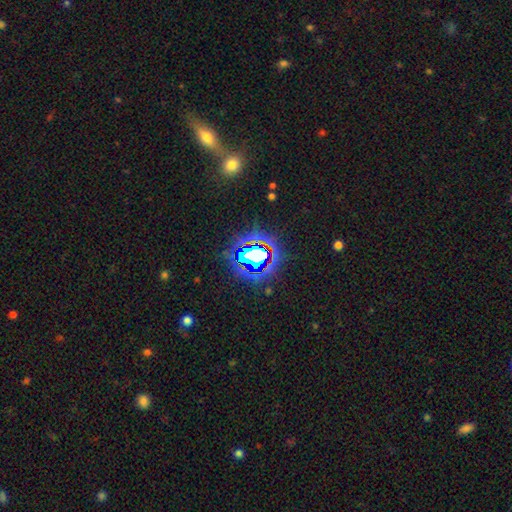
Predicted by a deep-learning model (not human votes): The model was most divided on "smooth or featured": star or artifact: 71%, smooth: 16%, featured or disk: 13%.